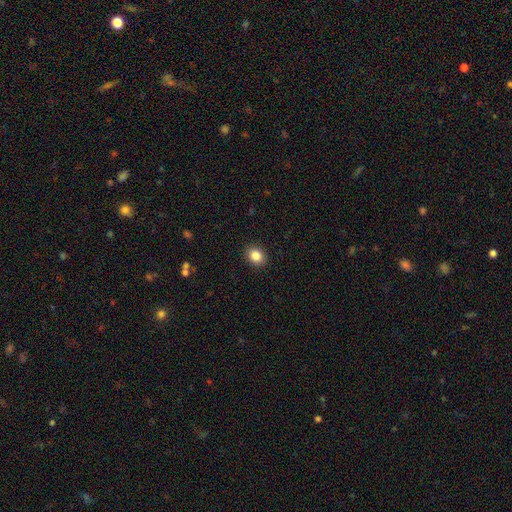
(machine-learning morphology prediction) smooth_or_featured: smooth (p=0.85) [alt: star or artifact p=0.10]
how_rounded: round (p=0.51) [alt: in between p=0.48]
merging: none (p=0.91) [alt: minor disturbance p=0.07]